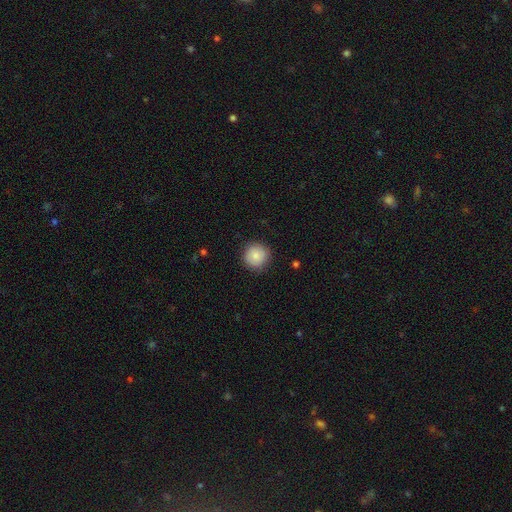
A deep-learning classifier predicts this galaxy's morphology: Smooth or featured?
  - smooth: 85% *
  - star or artifact: 8%
  - featured or disk: 7%
How rounded?
  - round: 94% *
  - in between: 5%
  - cigar-shaped: 1%
Merging?
  - none: 87% *
  - minor disturbance: 9%
  - major disturbance: 2%
  - merger: 1%